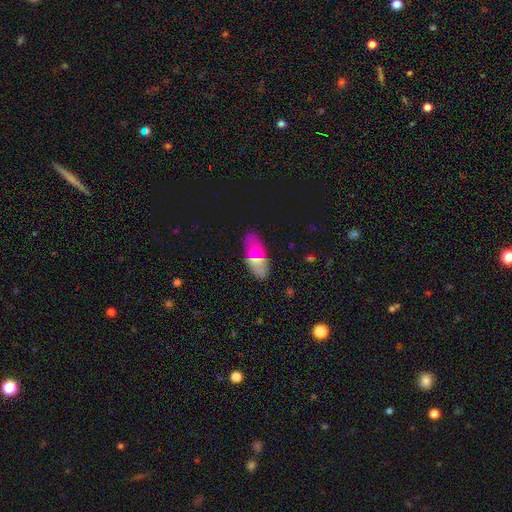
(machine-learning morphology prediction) smooth_or_featured: smooth (p=0.62) [alt: featured or disk p=0.20]
how_rounded: in between (p=0.84) [alt: cigar-shaped p=0.11]
merging: none (p=0.84) [alt: minor disturbance p=0.10]